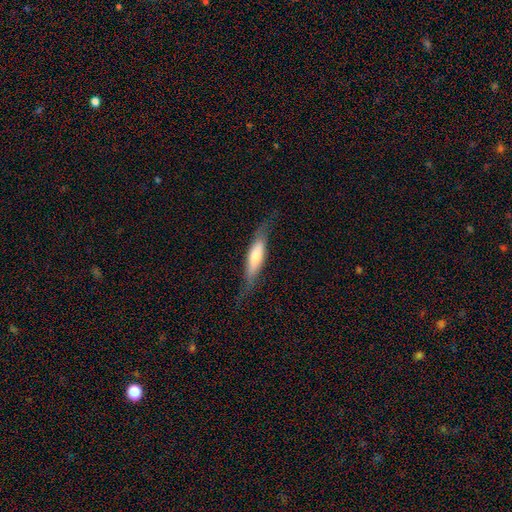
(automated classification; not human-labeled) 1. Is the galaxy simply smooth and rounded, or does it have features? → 55% smooth, 40% featured or disk, 6% star or artifact.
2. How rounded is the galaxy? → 72% cigar-shaped, 26% in between, 2% round.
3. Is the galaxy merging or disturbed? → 71% none, 20% minor disturbance, 8% major disturbance, 1% merger.